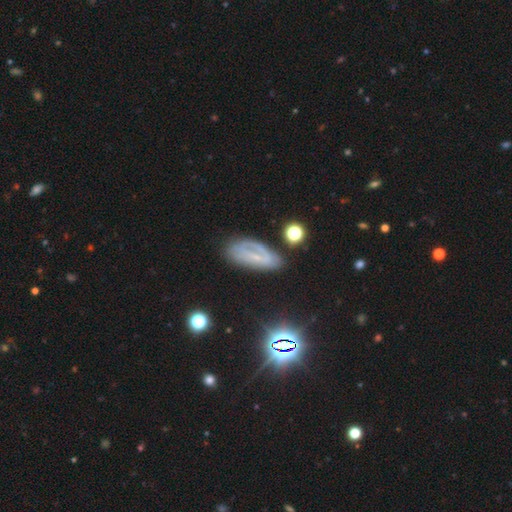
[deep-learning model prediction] Smooth or featured: featured or disk — 52% (smooth — 32%)
Edge-on disk: no — 85% (yes — 15%)
Merging: none — 65% (minor disturbance — 22%)